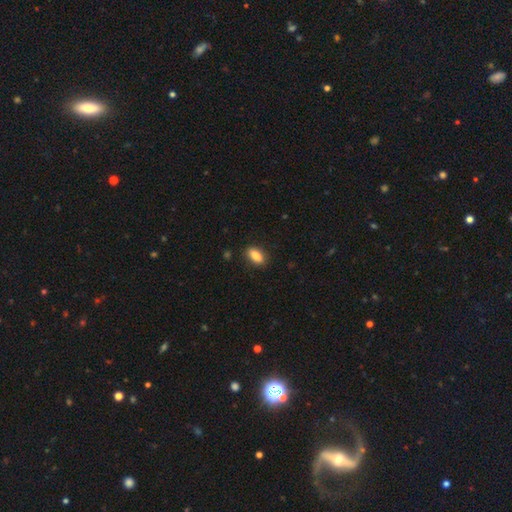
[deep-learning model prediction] A smooth galaxy with no disk features (85%) that is in between round and cigar-shaped (87%).

Vote fractions:
- Smooth or featured? smooth: 85% / star or artifact: 8% / featured or disk: 7%
- How rounded? in between: 87% / cigar-shaped: 8% / round: 5%
- Merging? none: 87% / minor disturbance: 10% / major disturbance: 2% / merger: 1%